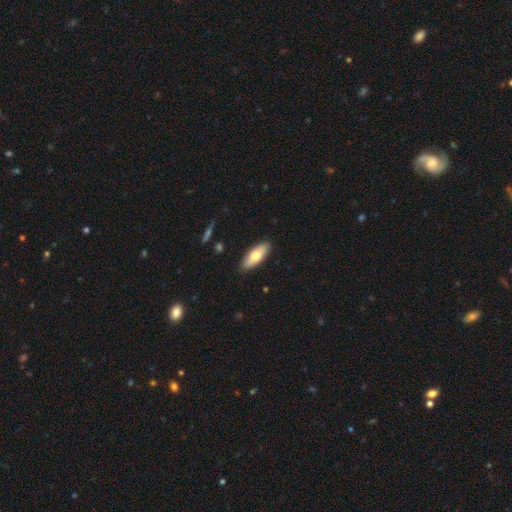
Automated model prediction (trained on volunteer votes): Q: Smooth or featured?
A: smooth (71%); runner-up: featured or disk (23%)
Q: How rounded?
A: in between (75%); runner-up: cigar-shaped (23%)
Q: Merging?
A: none (88%); runner-up: minor disturbance (9%)